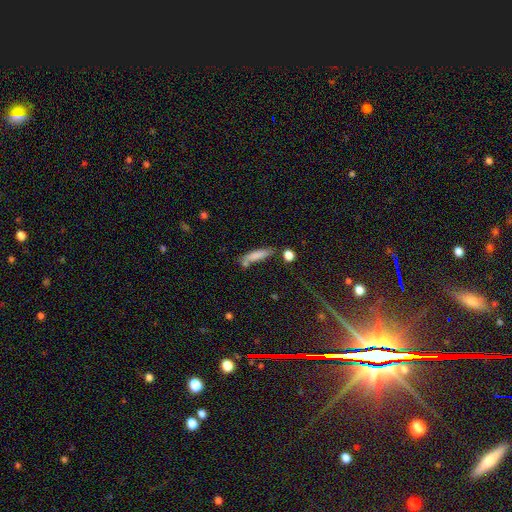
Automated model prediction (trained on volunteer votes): smooth_or_featured: smooth (p=0.78) [alt: featured or disk p=0.14]
how_rounded: cigar-shaped (p=0.77) [alt: in between p=0.21]
merging: none (p=0.63) [alt: minor disturbance p=0.19]